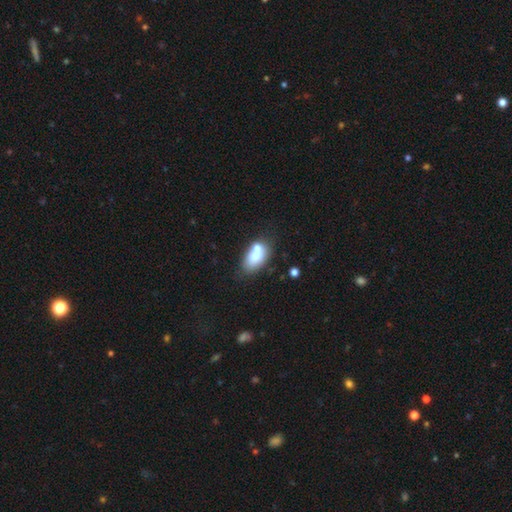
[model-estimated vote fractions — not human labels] smooth_or_featured: smooth (p=0.69) [alt: featured or disk p=0.22]
how_rounded: in between (p=0.86) [alt: round p=0.12]
merging: none (p=0.48) [alt: merger p=0.34]